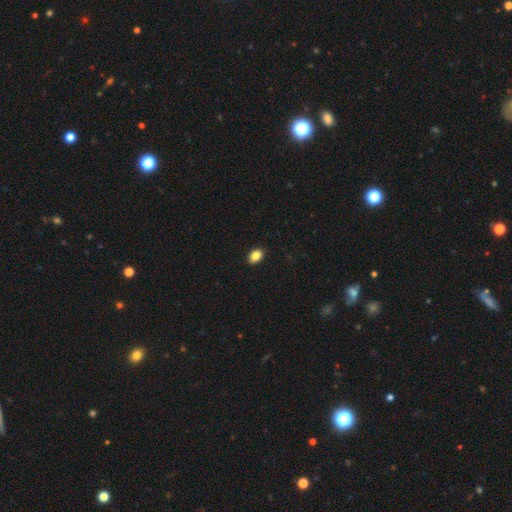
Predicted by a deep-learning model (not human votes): Q: Smooth or featured?
A: smooth (86%); runner-up: star or artifact (9%)
Q: How rounded?
A: in between (72%); runner-up: round (27%)
Q: Merging?
A: none (89%); runner-up: minor disturbance (8%)